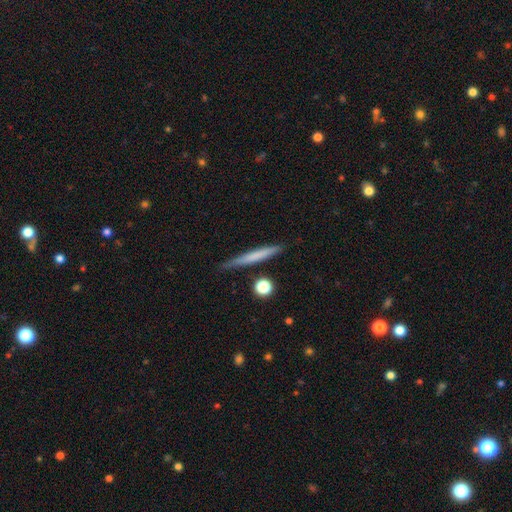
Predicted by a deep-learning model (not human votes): smooth 62%, featured or disk 31%, star or artifact 7%. Down the decision tree: how rounded — cigar-shaped (95%); merging — none (82%).